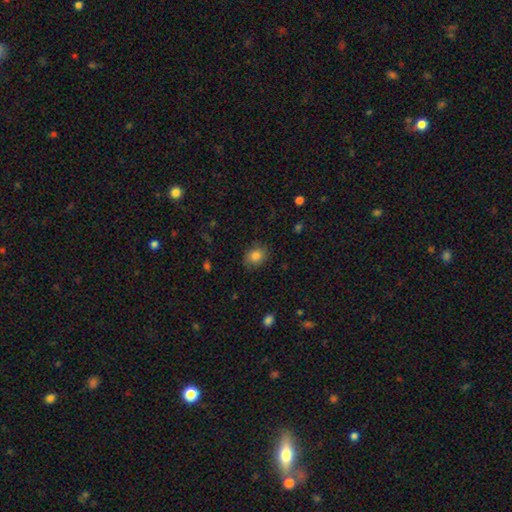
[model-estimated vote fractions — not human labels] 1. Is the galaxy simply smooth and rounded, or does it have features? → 84% smooth, 9% star or artifact, 7% featured or disk.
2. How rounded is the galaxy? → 54% in between, 45% round, 1% cigar-shaped.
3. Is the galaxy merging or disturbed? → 81% none, 14% minor disturbance, 3% major disturbance, 1% merger.